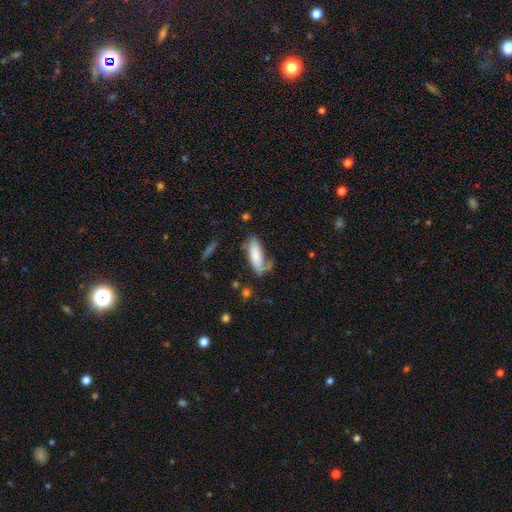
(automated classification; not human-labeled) Overall: smooth (79%). How rounded: in between (59%; cigar-shaped 39%). Merging: none (56%; minor disturbance 25%).